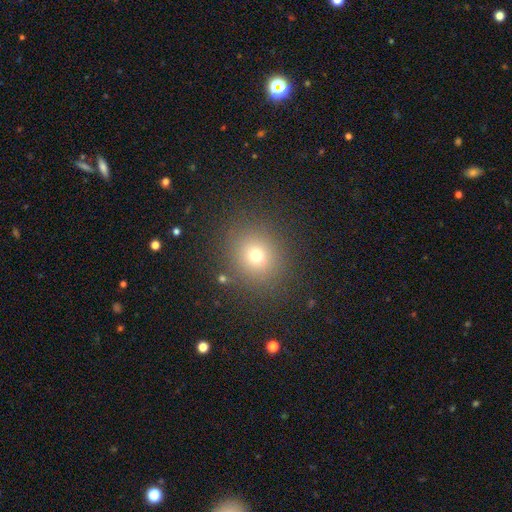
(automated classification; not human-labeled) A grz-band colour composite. It shows a smooth galaxy with no disk features (70%) that is round (85%). Merging: none (86%).